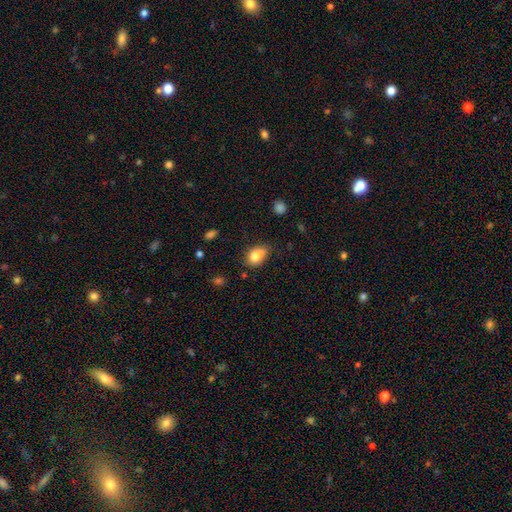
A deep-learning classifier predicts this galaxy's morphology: A smooth galaxy with no disk features (80%) that is in between round and cigar-shaped (83%).

Vote fractions:
- Smooth or featured? smooth: 80% / featured or disk: 11% / star or artifact: 9%
- How rounded? in between: 83% / round: 15% / cigar-shaped: 2%
- Merging? none: 50% / minor disturbance: 31% / merger: 11% / major disturbance: 8%